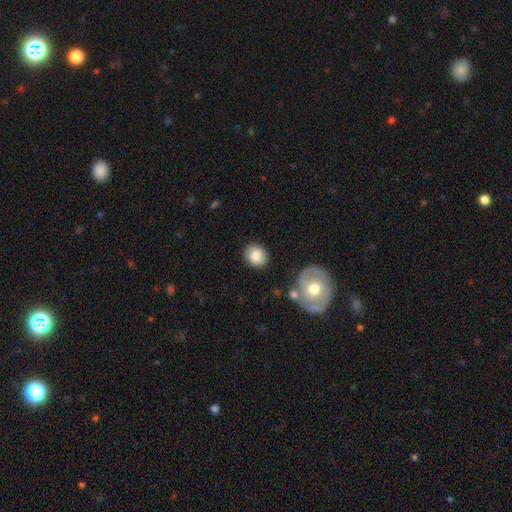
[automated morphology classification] type=smooth (81%); roundness=round (63%); merging=none (85%).